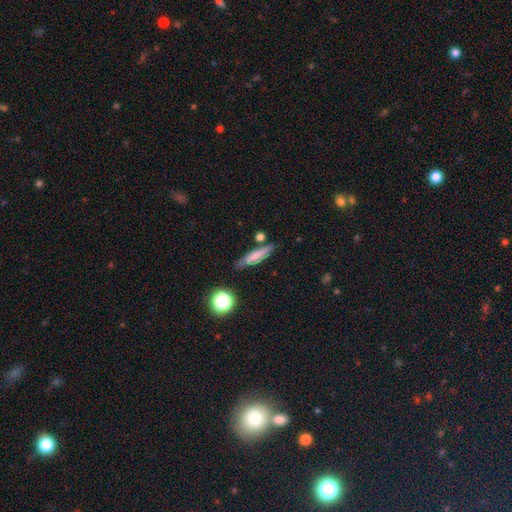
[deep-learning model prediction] smooth-or-featured: smooth: 73% | featured or disk: 18% | star or artifact: 9%
  how-rounded: cigar-shaped: 78% | in between: 19% | round: 3%
  merging: none: 76% | minor disturbance: 14% | merger: 6% | major disturbance: 3%